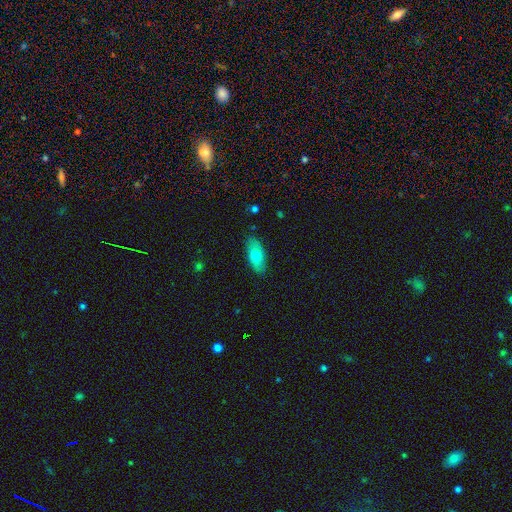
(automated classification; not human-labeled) smooth 76%, featured or disk 18%, star or artifact 6%. Down the decision tree: how rounded — in between (83%); merging — none (84%).